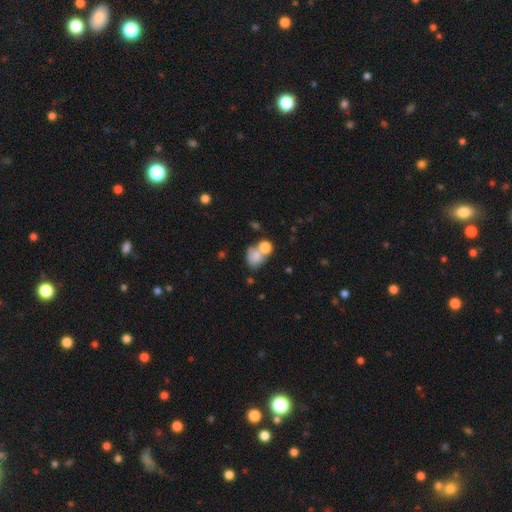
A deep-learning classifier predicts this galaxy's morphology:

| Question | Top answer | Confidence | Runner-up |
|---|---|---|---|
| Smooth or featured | smooth | 77% | featured or disk (13%) |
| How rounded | round | 51% | in between (48%) |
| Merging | merger | 45% | none (37%) |